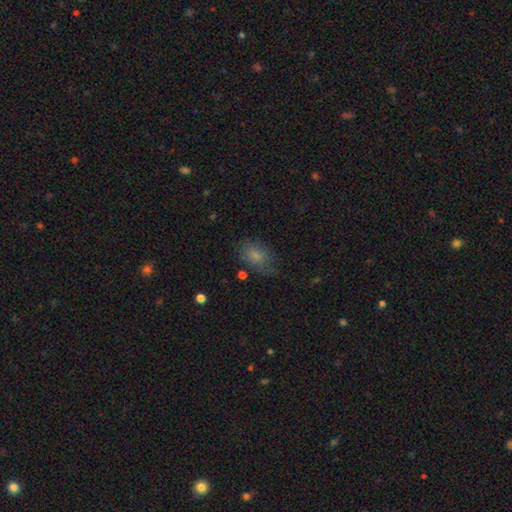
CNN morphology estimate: A smooth galaxy with no disk features (73%) that is in between round and cigar-shaped (82%). Merging: none (59%).